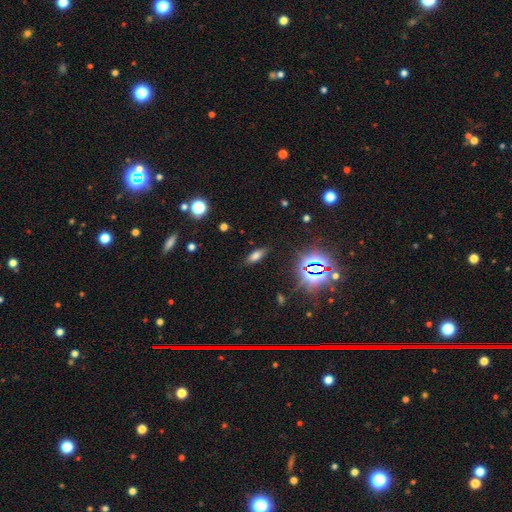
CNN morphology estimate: The model was most divided on "smooth or featured": smooth: 66%, star or artifact: 22%, featured or disk: 12%. More confident: merging — none (85%); how rounded — in between (75%).